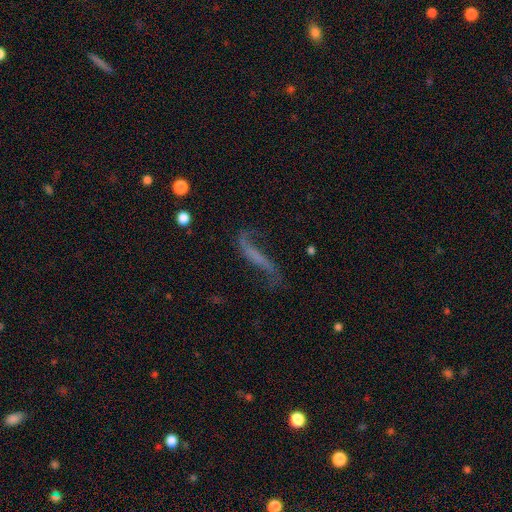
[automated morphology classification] featured or disk 64%, smooth 24%, star or artifact 12%. Down the decision tree: edge-on disk — no (75%); merging — none (52%).